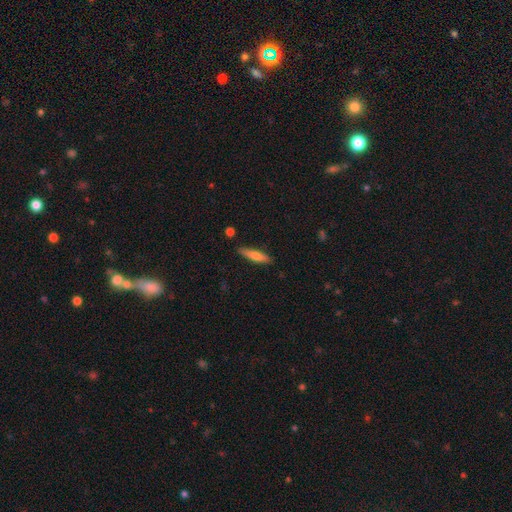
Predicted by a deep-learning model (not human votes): This is likely a smooth galaxy (64%). How rounded: likely cigar-shaped (79%). Merging: clearly none (86%).